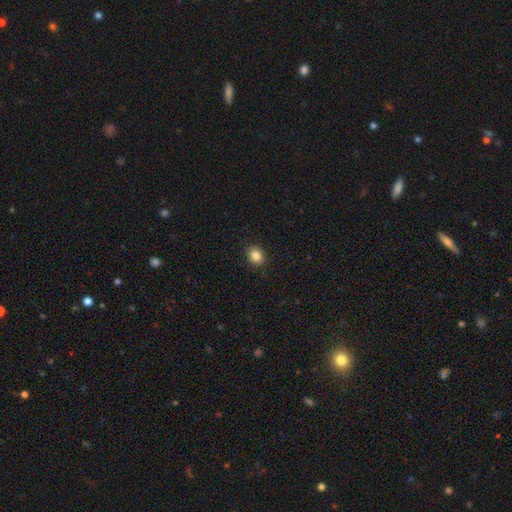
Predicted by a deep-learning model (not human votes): smooth 85%, star or artifact 10%, featured or disk 5%. Down the decision tree: how rounded — round (64%); merging — none (90%).